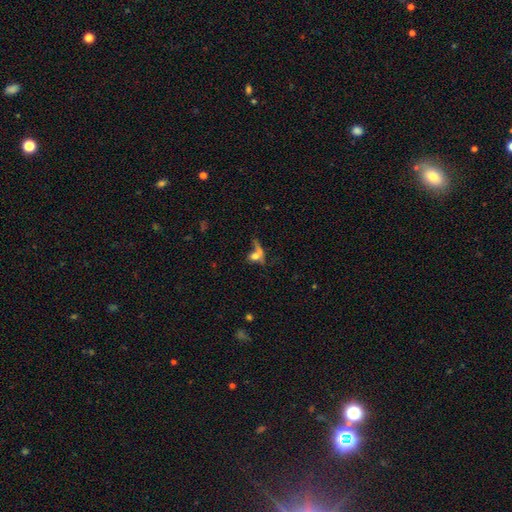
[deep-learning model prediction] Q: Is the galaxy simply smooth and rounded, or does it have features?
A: smooth — 57%.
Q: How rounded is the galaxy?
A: in between — 49%.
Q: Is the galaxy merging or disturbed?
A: merger — 41%.